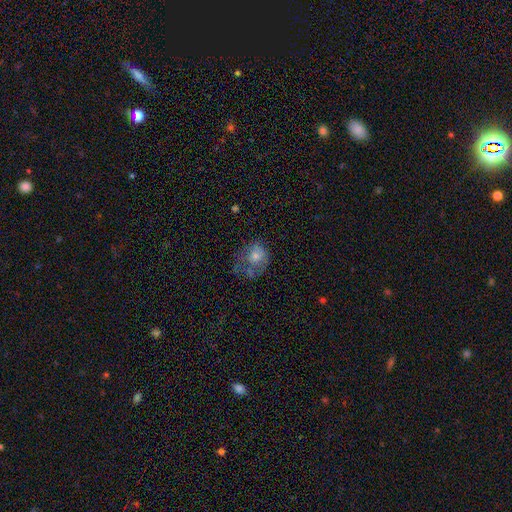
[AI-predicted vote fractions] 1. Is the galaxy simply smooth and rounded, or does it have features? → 49% smooth, 38% featured or disk, 13% star or artifact.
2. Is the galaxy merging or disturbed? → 36% major disturbance, 33% none, 24% minor disturbance, 6% merger.